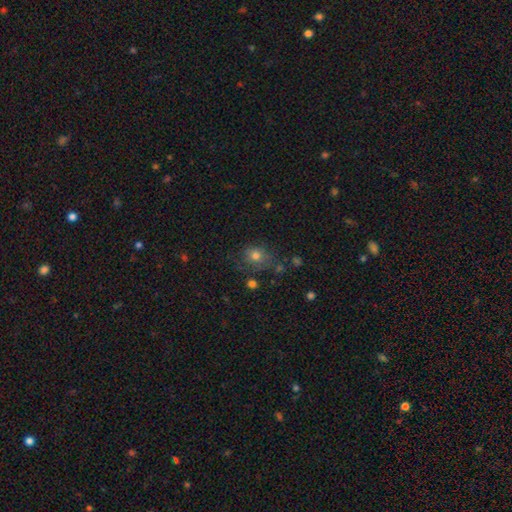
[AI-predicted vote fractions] Overall: smooth (72%). How rounded: round (68%; in between 31%). Merging: none (69%).